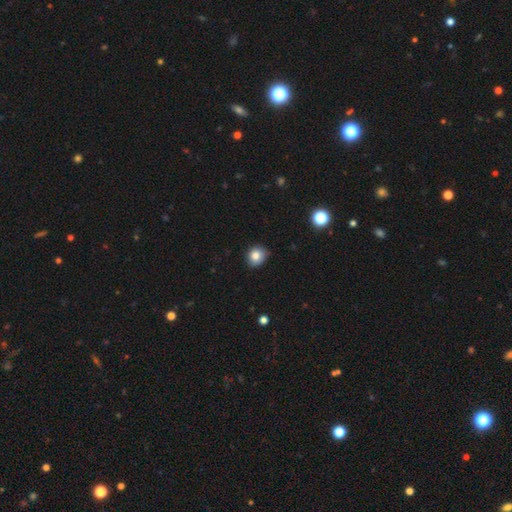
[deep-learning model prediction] Smooth or featured? smooth (82%)
How rounded? round (71%)
Merging? none (76%)